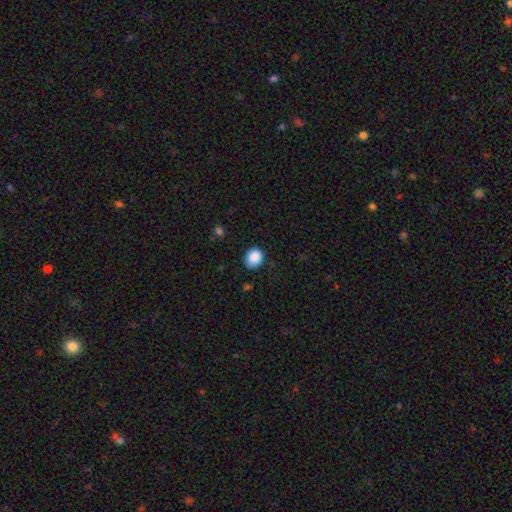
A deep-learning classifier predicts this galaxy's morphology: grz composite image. It shows a smooth galaxy with no disk features (89%) that is round (62%). Merging: none (80%).